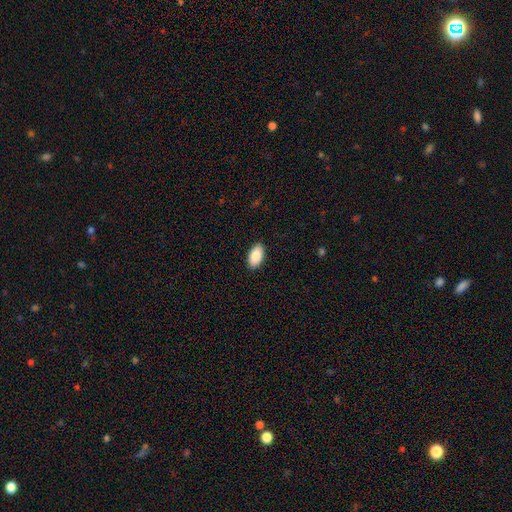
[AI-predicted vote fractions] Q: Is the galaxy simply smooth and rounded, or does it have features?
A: smooth — 88%.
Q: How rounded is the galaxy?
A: in between — 95%.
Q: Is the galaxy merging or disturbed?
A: none — 90%.